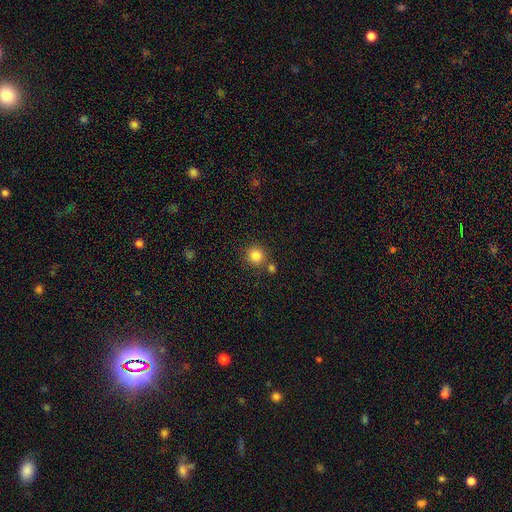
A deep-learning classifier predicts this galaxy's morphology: Smooth or featured: smooth — 84% (star or artifact — 11%)
How rounded: round — 93% (in between — 7%)
Merging: none — 75% (merger — 13%)